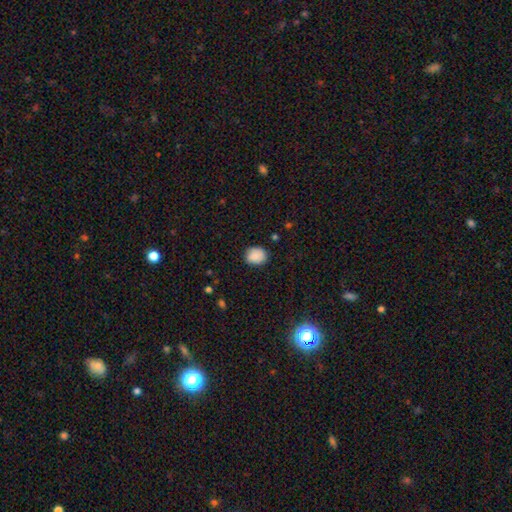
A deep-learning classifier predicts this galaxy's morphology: Smooth or featured? Predicted: smooth (p=0.88). How rounded? Predicted: round (p=0.59). Merging? Predicted: none (p=0.82).